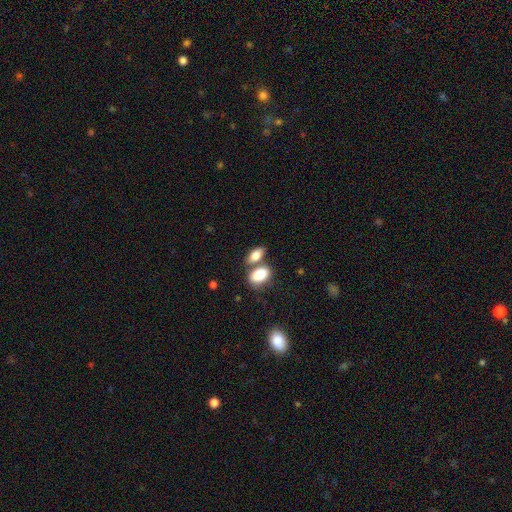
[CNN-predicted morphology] type=smooth (83%); roundness=in between (88%); merging=merger (45%).